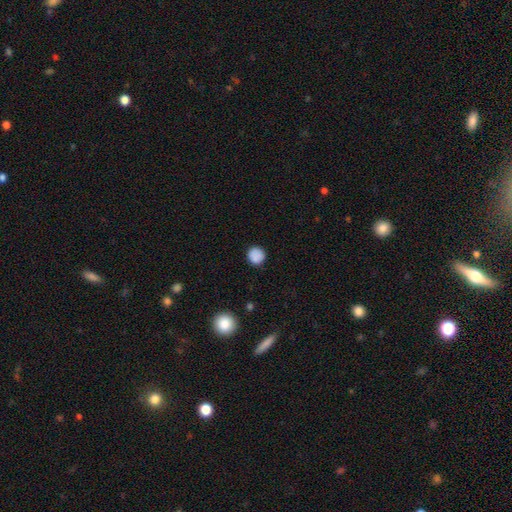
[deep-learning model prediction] Morphology: type=smooth (86%); roundness=round (91%); merging=none (87%).